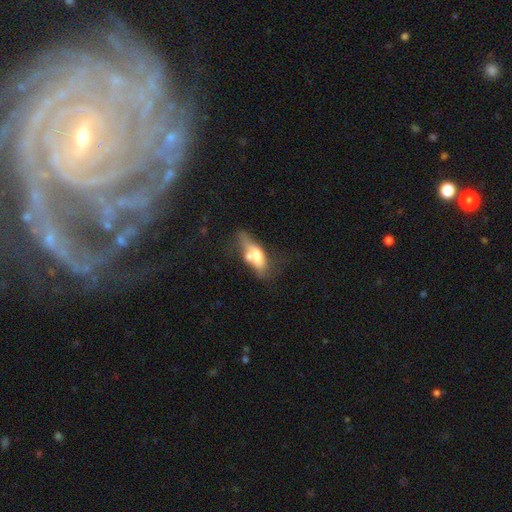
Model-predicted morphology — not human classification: Smooth or featured? smooth (56%)
How rounded? in between (71%)
Merging? merger (39%)